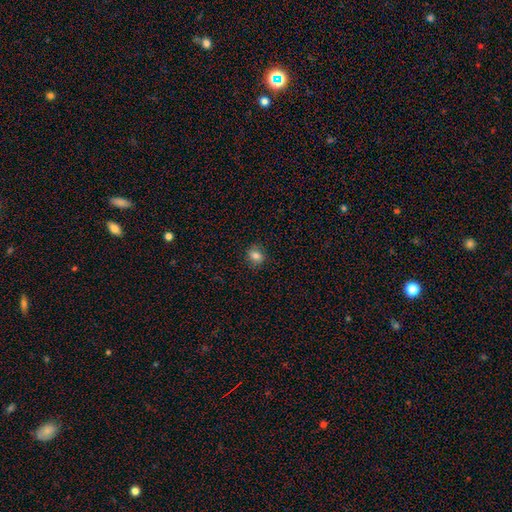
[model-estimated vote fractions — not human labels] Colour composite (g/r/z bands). It shows a smooth galaxy with no disk features (81%) that is round (66%). Merging: none (86%).